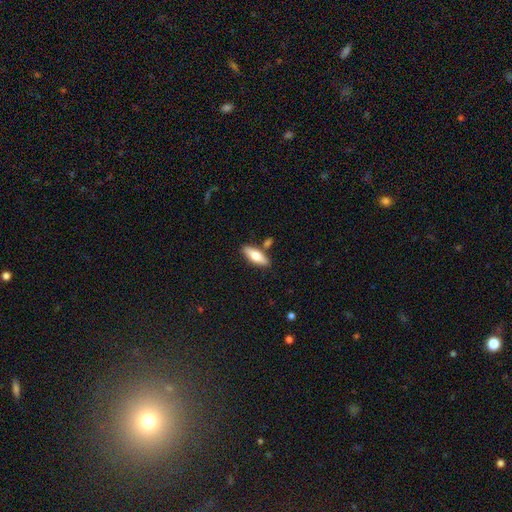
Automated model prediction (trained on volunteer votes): A smooth galaxy with no disk features (68%) that is in between round and cigar-shaped (62%).

Vote fractions:
- Smooth or featured? smooth: 68% / featured or disk: 26% / star or artifact: 6%
- How rounded? in between: 62% / cigar-shaped: 35% / round: 2%
- Merging? none: 79% / minor disturbance: 11% / merger: 8% / major disturbance: 3%